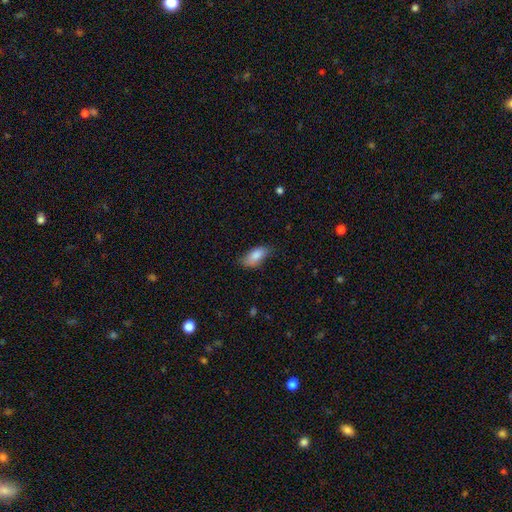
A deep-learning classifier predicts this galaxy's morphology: This appears to be a smooth galaxy with no disk features (83%) that is in between round and cigar-shaped (88%). Merging: none (68%).